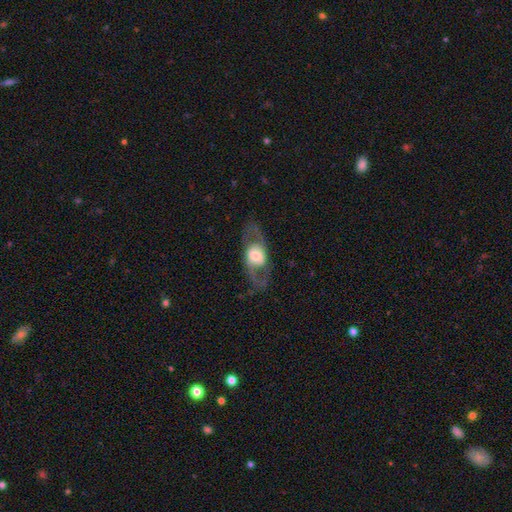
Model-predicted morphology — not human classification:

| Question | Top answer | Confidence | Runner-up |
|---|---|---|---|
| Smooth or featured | featured or disk | 66% | smooth (27%) |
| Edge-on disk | no | 80% | yes (20%) |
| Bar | no | 55% | weak (30%) |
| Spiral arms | yes | 54% | no (46%) |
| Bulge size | large | 42% | moderate (36%) |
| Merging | none | 74% | major disturbance (13%) |